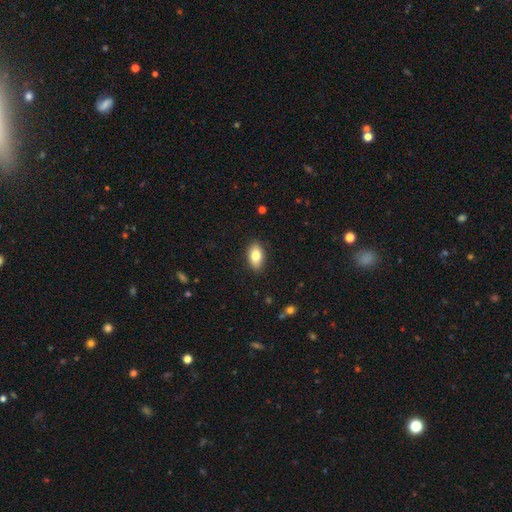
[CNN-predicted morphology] Overall: smooth (80%). How rounded: in between (91%). Merging: none (88%).